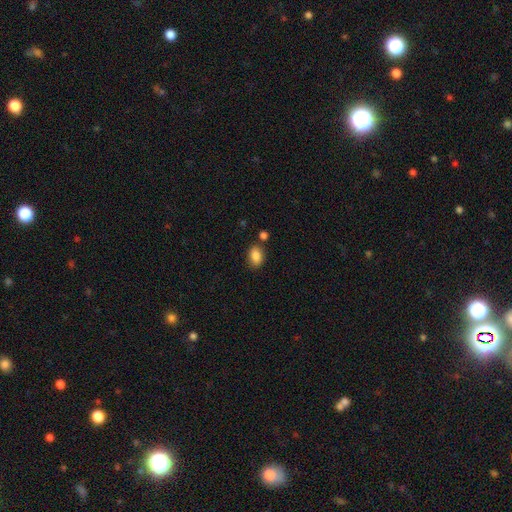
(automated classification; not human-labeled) smooth_or_featured: smooth (p=0.86) [alt: star or artifact p=0.09]
how_rounded: in between (p=0.84) [alt: round p=0.15]
merging: none (p=0.75) [alt: minor disturbance p=0.14]